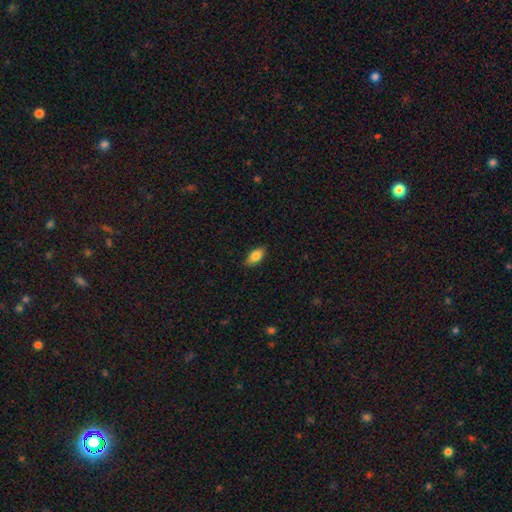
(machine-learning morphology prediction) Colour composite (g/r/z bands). It shows a smooth galaxy with no disk features (83%) that is in between round and cigar-shaped (90%). Merging: none (85%).